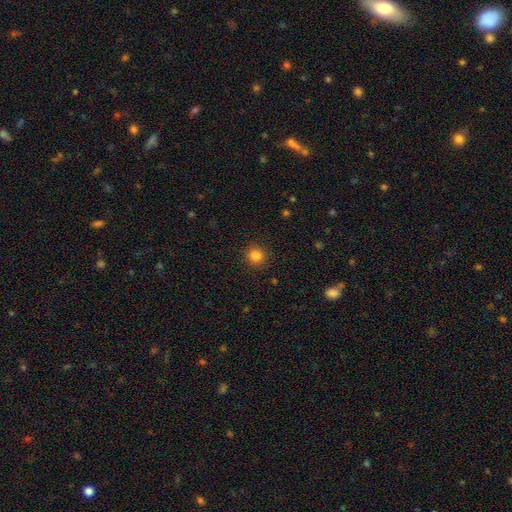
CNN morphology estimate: smooth_or_featured: smooth (p=0.83) [alt: star or artifact p=0.12]
how_rounded: round (p=0.92) [alt: in between p=0.07]
merging: none (p=0.90) [alt: minor disturbance p=0.06]